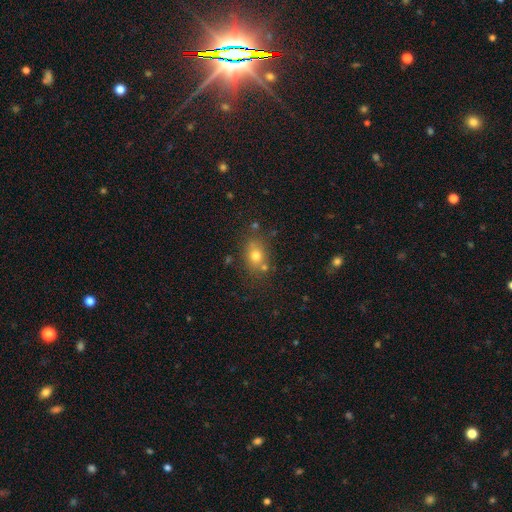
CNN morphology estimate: Smooth or featured? Predicted: smooth (p=0.73). How rounded? Predicted: in between (p=0.54). Merging? Predicted: none (p=0.71).